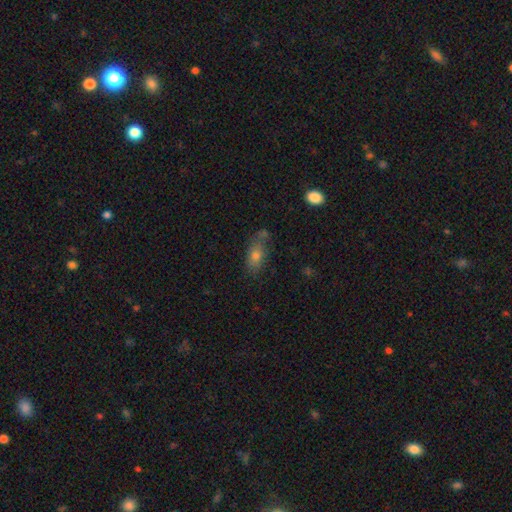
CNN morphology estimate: Smooth or featured? Predicted: smooth (p=0.70). How rounded? Predicted: in between (p=0.78). Merging? Predicted: none (p=0.60).